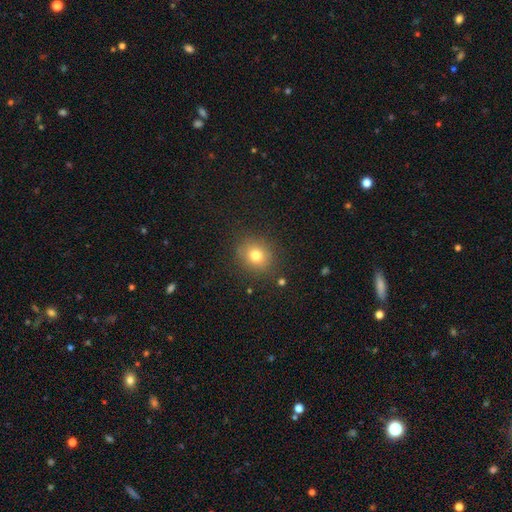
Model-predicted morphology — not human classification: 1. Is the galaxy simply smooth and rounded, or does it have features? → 76% smooth, 14% star or artifact, 10% featured or disk.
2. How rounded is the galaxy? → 75% round, 24% in between, 1% cigar-shaped.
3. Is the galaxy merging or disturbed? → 86% none, 10% minor disturbance, 3% major disturbance, 2% merger.